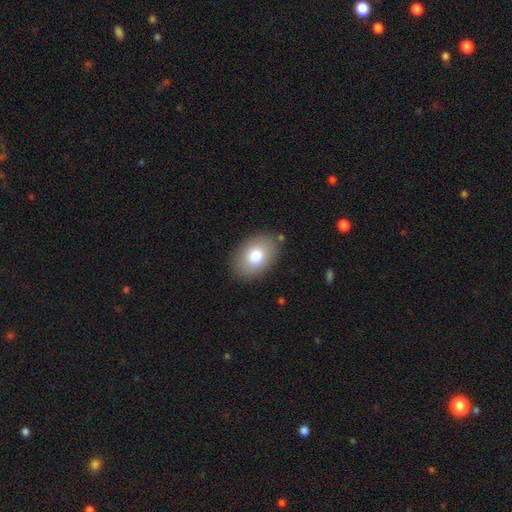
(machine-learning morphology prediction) smooth 79%, featured or disk 14%, star or artifact 8%. Down the decision tree: how rounded — in between (84%); merging — none (84%).